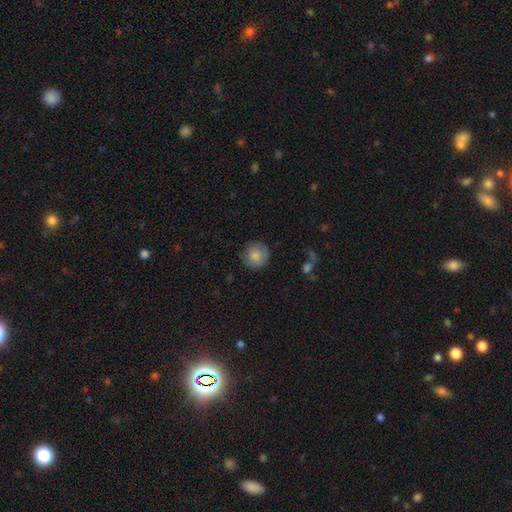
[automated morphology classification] Smooth or featured? Predicted: smooth (p=0.80). How rounded? Predicted: round (p=0.94). Merging? Predicted: none (p=0.81).